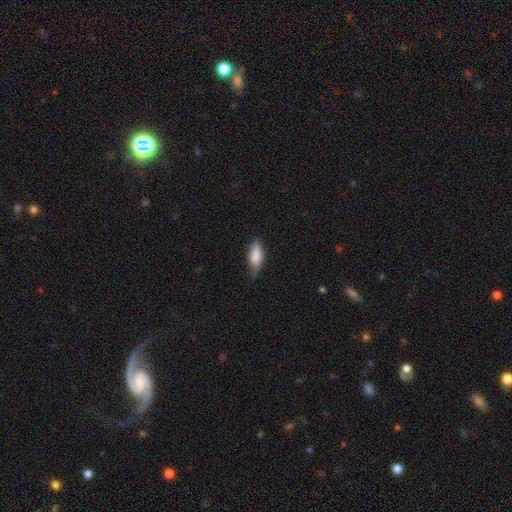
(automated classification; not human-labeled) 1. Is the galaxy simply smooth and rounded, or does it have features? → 80% smooth, 14% featured or disk, 6% star or artifact.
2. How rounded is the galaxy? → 67% in between, 31% cigar-shaped, 2% round.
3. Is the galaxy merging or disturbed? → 59% none, 33% minor disturbance, 6% major disturbance, 1% merger.